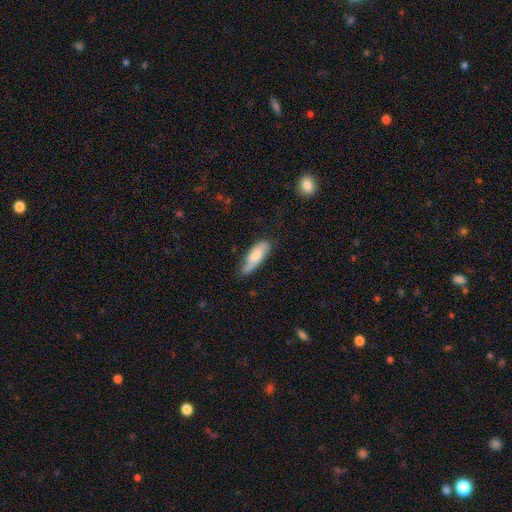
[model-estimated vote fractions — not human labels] Overall: smooth (73%). How rounded: in between (60%; cigar-shaped 38%). Merging: none (59%; minor disturbance 30%).